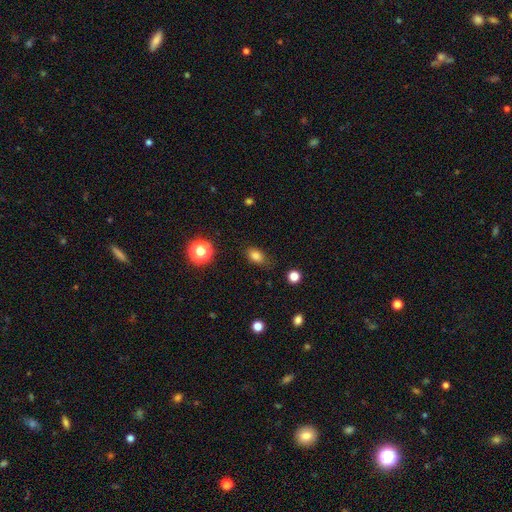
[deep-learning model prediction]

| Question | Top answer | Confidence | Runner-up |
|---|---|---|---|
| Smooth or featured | smooth | 81% | star or artifact (13%) |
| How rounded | in between | 79% | round (19%) |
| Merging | none | 78% | minor disturbance (16%) |